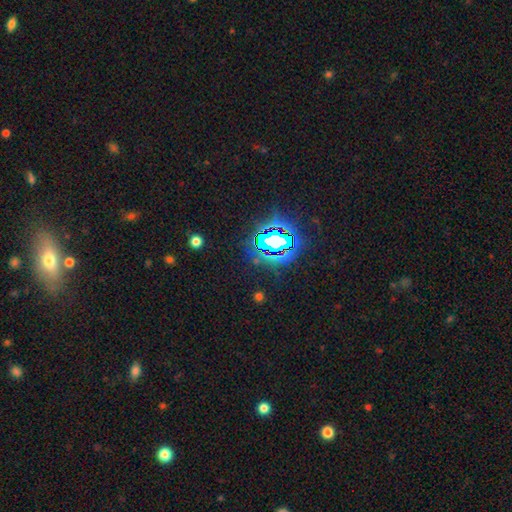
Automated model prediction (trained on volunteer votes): Smooth or featured? Predicted: star or artifact (p=0.81).